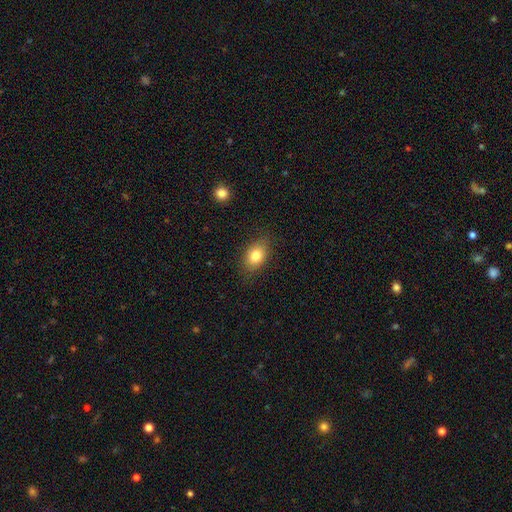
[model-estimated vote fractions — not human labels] Overall: smooth (81%). How rounded: in between (80%). Merging: none (84%).